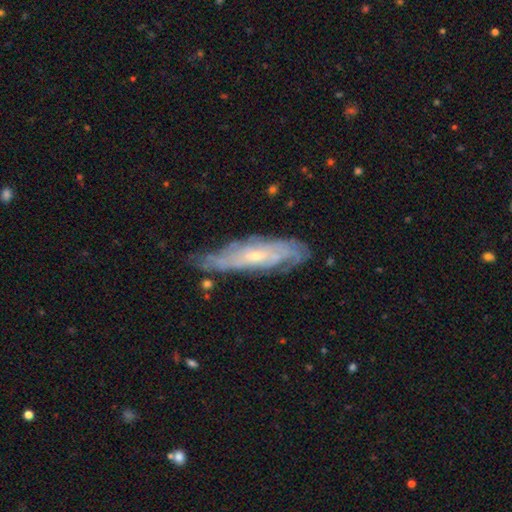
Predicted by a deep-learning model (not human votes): Morphology: type=featured or disk (74%); edge-on=no (70%); bar=no (66%); spiral arms=yes (86%); bulge=small (68%); merging=none (67%).